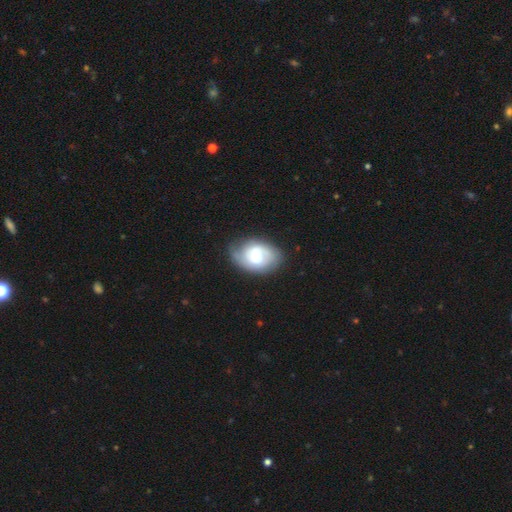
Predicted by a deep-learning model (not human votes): This is possibly a featured or disk galaxy (57%). It is clearly not viewed edge-on (96%). Bar: possibly weak (54%). Spiral arm pattern: clearly yes (80%). Central bulge: possibly moderate (52%). Merging: likely none (66%).